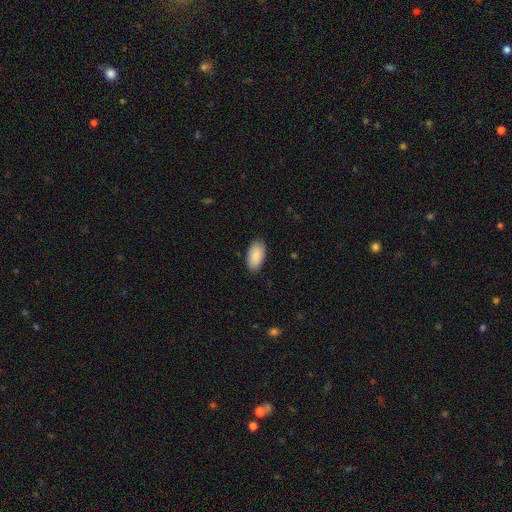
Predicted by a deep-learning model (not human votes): Morphology: type=smooth (89%); roundness=in between (95%); merging=none (87%).